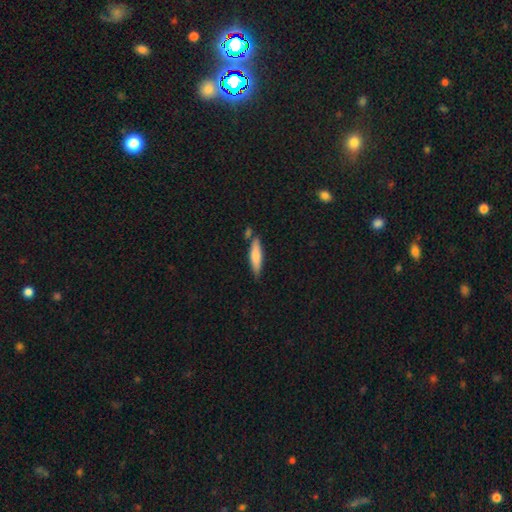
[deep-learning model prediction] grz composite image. It shows a smooth galaxy with no disk features (73%) that is cigar-shaped (75%). Merging: none (73%).